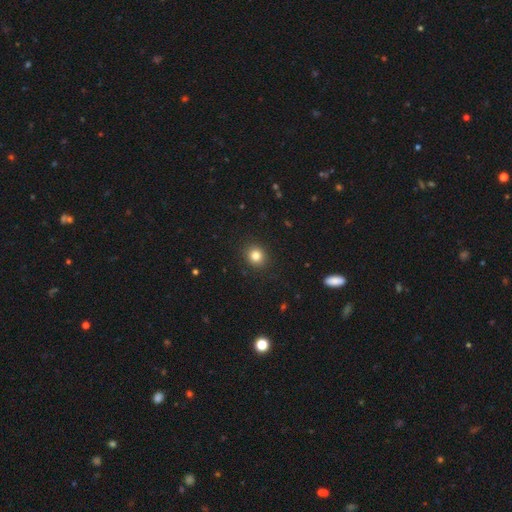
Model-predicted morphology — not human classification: This appears to be a smooth galaxy with no disk features (83%) that is round (83%). Merging: none (91%).